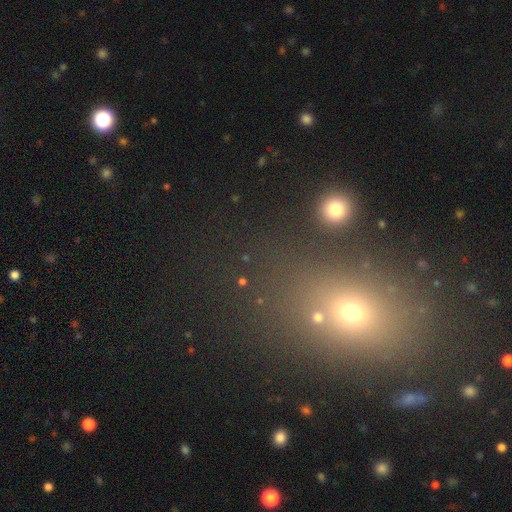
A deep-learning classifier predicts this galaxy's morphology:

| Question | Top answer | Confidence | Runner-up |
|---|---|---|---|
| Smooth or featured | smooth | 47% | star or artifact (41%) |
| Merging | none | 78% | minor disturbance (10%) |